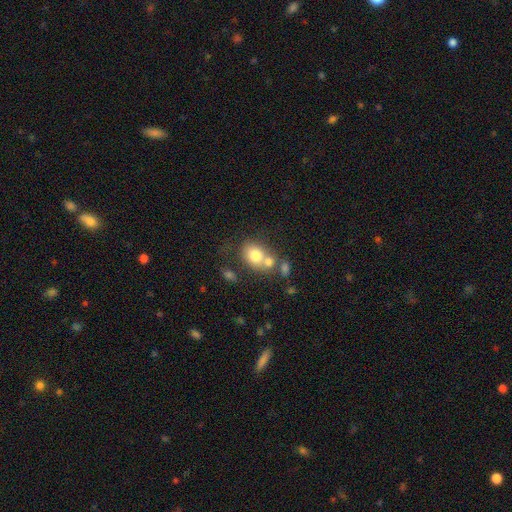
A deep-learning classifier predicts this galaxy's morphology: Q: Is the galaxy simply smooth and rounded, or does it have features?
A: smooth — 75%.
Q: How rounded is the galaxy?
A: in between — 50%.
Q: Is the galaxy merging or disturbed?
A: merger — 42%.